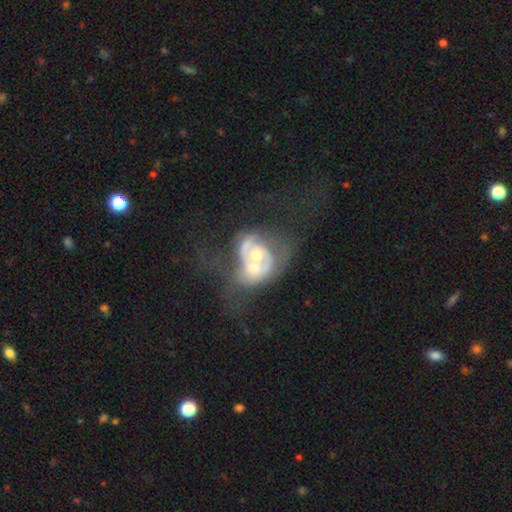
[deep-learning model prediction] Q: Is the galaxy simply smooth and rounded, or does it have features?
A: featured or disk — 73%.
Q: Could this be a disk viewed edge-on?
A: no — 97%.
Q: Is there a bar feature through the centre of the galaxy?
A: no — 77%.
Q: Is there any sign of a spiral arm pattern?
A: yes — 61%.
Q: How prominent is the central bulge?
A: moderate — 72%.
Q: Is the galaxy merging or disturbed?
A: merger — 60%.